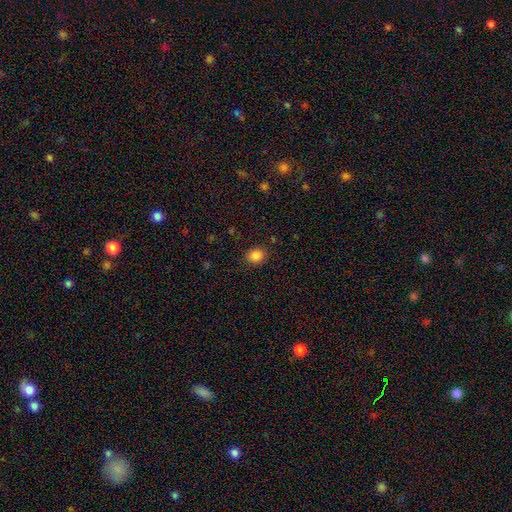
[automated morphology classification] This appears to be a smooth galaxy with no disk features (85%) that is round (53%). Merging: none (85%).